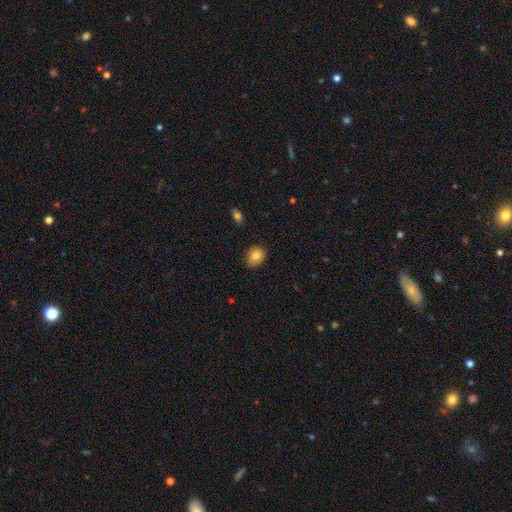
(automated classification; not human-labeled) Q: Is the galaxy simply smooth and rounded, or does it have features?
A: smooth — 80%.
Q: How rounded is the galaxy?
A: round — 66%.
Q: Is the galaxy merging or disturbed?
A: none — 83%.